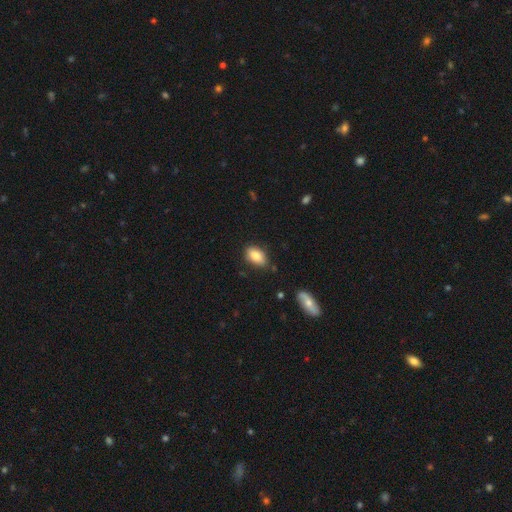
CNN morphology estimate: smooth_or_featured: smooth (p=0.85) [alt: featured or disk p=0.07]
how_rounded: in between (p=0.91) [alt: round p=0.07]
merging: none (p=0.79) [alt: minor disturbance p=0.15]